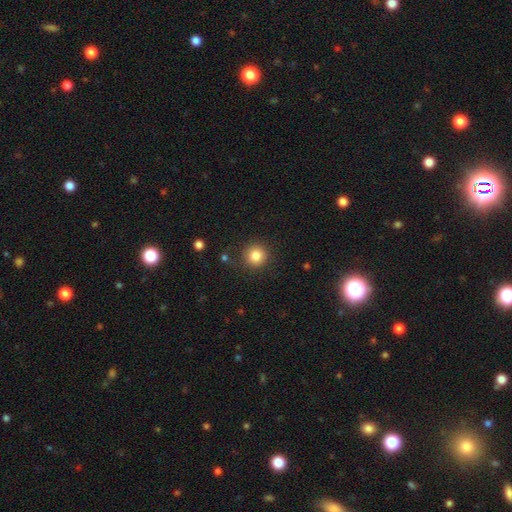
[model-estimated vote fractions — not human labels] A smooth galaxy with no disk features (83%) that is round (94%). Merging: none (87%).